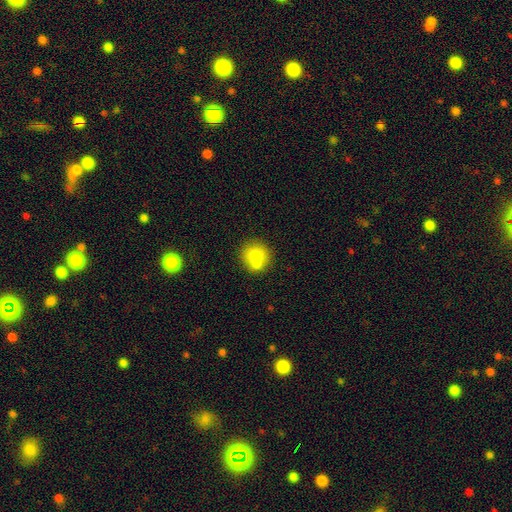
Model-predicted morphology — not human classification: Smooth or featured: smooth — 71% (featured or disk — 19%)
How rounded: round — 89% (in between — 10%)
Merging: none — 52% (merger — 38%)